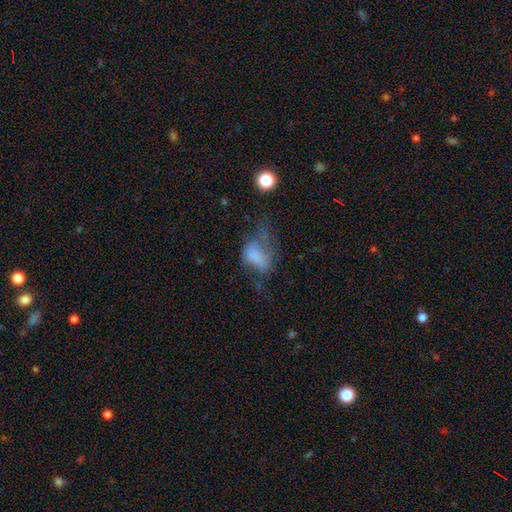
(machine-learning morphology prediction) Smooth or featured: smooth — 54% (featured or disk — 32%)
How rounded: in between — 80% (round — 18%)
Merging: major disturbance — 51% (none — 21%)